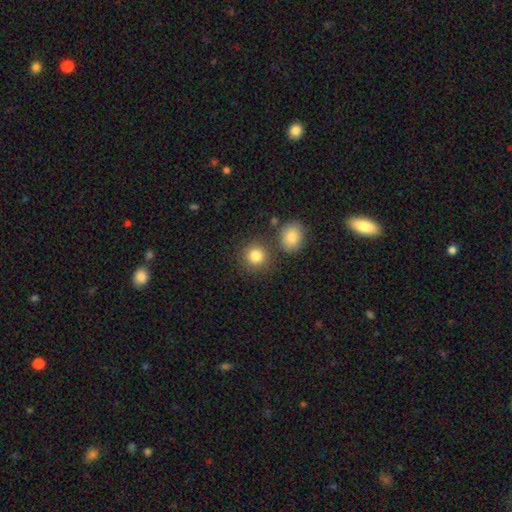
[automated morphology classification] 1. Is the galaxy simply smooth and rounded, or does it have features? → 84% smooth, 11% star or artifact, 6% featured or disk.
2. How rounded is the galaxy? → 89% round, 10% in between, 1% cigar-shaped.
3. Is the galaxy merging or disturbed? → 78% none, 11% merger, 8% minor disturbance, 3% major disturbance.